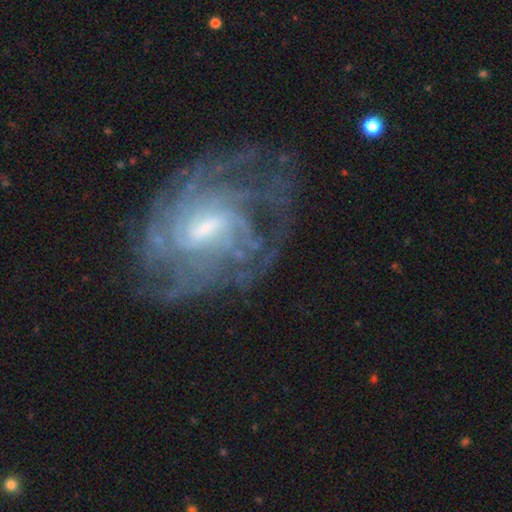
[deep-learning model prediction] Q: Smooth or featured?
A: featured or disk (84%); runner-up: star or artifact (9%)
Q: Edge-on disk?
A: no (96%); runner-up: yes (4%)
Q: Bar?
A: weak (58%); runner-up: no (24%)
Q: Spiral arms?
A: yes (93%); runner-up: no (7%)
Q: Spiral winding?
A: tight (61%); runner-up: medium (31%)
Q: Spiral arm count?
A: can't tell (45%); runner-up: 4 (16%)
Q: Bulge size?
A: moderate (50%); runner-up: small (37%)
Q: Merging?
A: none (68%); runner-up: minor disturbance (17%)